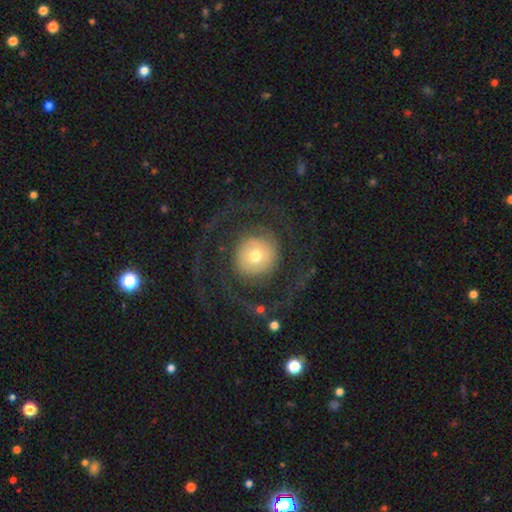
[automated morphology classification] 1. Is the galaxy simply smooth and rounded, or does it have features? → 60% featured or disk, 32% smooth, 7% star or artifact.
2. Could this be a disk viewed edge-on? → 96% no, 4% yes.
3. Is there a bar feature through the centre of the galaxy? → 76% no, 18% weak, 7% strong.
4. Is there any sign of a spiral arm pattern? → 68% yes, 32% no.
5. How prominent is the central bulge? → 58% moderate, 23% small, 14% large, 3% dominant, 1% none.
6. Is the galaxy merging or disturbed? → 66% none, 22% major disturbance, 10% minor disturbance, 2% merger.